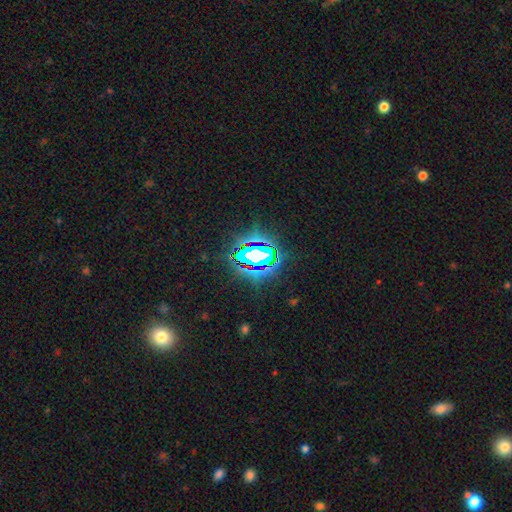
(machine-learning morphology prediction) This is likely a star or artifact rather than a galaxy (73%).